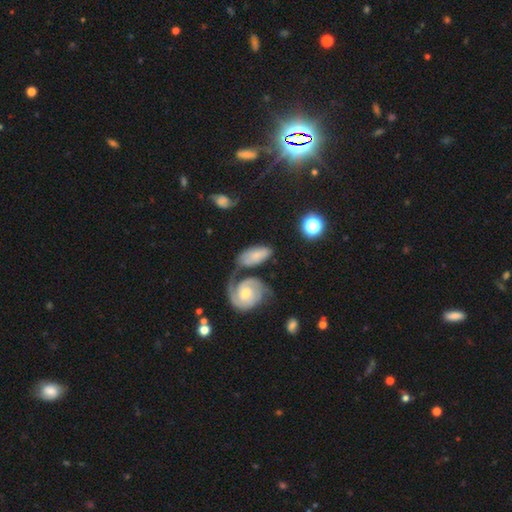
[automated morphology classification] A smooth galaxy with no disk features (49%).

Vote fractions:
- Smooth or featured? smooth: 49% / featured or disk: 43% / star or artifact: 8%
- Merging? none: 40% / merger: 28% / minor disturbance: 19% / major disturbance: 13%